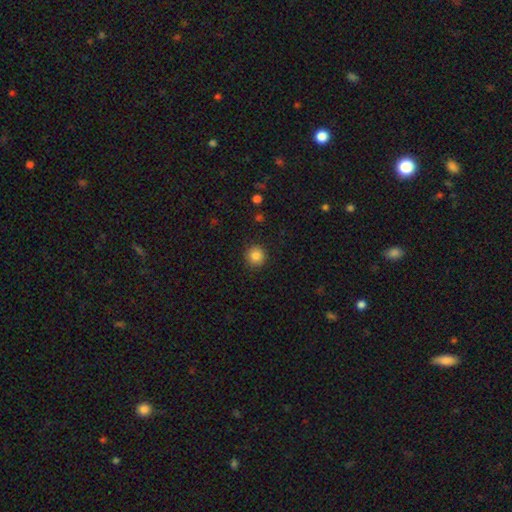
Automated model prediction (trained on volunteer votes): Smooth or featured?
  - smooth: 86% *
  - star or artifact: 10%
  - featured or disk: 4%
How rounded?
  - round: 94% *
  - in between: 5%
  - cigar-shaped: 1%
Merging?
  - none: 91% *
  - minor disturbance: 6%
  - major disturbance: 2%
  - merger: 1%